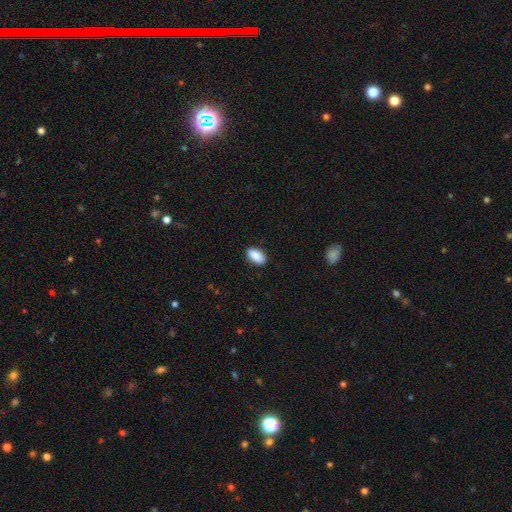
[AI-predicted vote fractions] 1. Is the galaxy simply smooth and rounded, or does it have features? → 90% smooth, 7% star or artifact, 4% featured or disk.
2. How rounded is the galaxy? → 93% in between, 4% cigar-shaped, 3% round.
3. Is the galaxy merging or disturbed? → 88% none, 9% minor disturbance, 2% major disturbance, 1% merger.